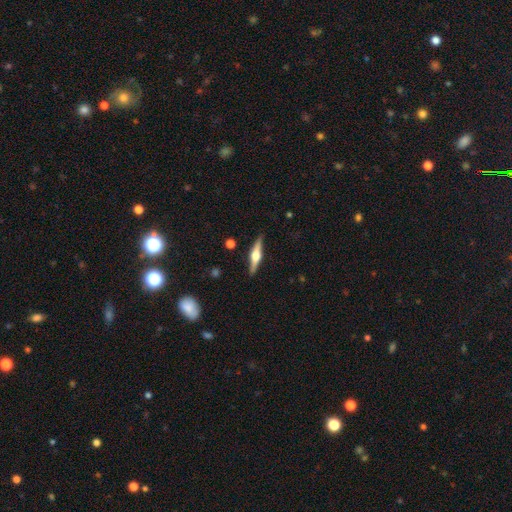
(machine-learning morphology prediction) smooth-or-featured: featured or disk: 71% | smooth: 24% | star or artifact: 5%
  disk-edge-on: yes: 97% | no: 3%
    edge-on-bulge: rounded: 93% | boxy: 5% | none: 2%
  merging: none: 89% | minor disturbance: 8% | major disturbance: 2% | merger: 1%